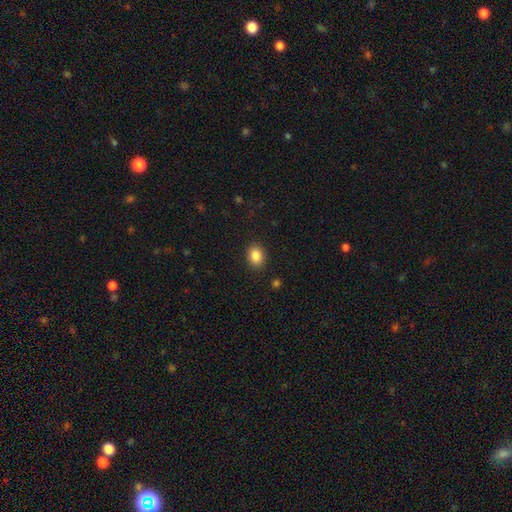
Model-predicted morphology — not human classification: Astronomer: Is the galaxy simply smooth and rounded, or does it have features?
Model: smooth — 86%.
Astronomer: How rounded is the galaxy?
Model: in between — 59% (runner-up: round, 40%).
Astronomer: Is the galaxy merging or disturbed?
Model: none — 89%.